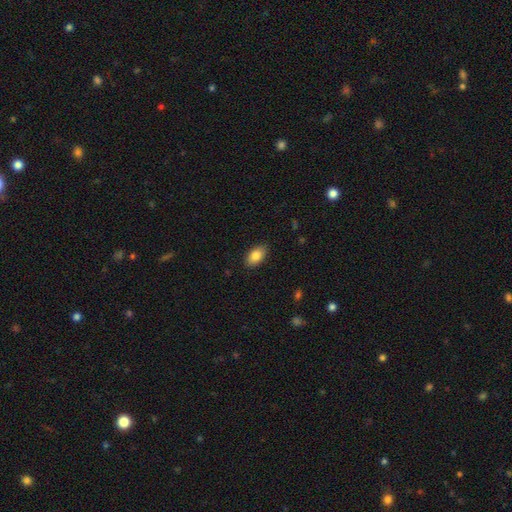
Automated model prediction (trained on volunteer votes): Smooth or featured? smooth (85%)
How rounded? in between (92%)
Merging? none (87%)